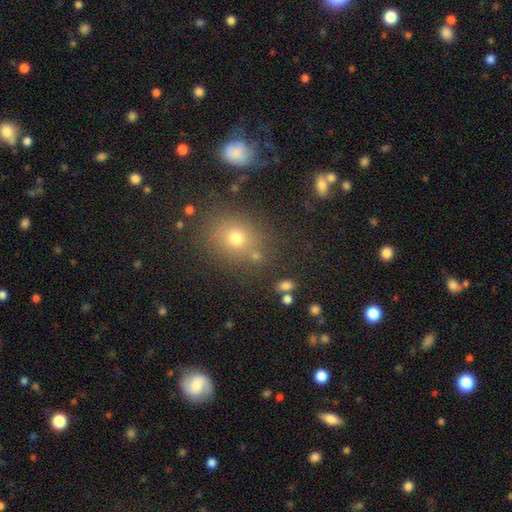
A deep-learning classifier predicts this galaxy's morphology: This is likely a smooth galaxy (66%). How rounded: likely round (64%). Merging: likely none (73%).